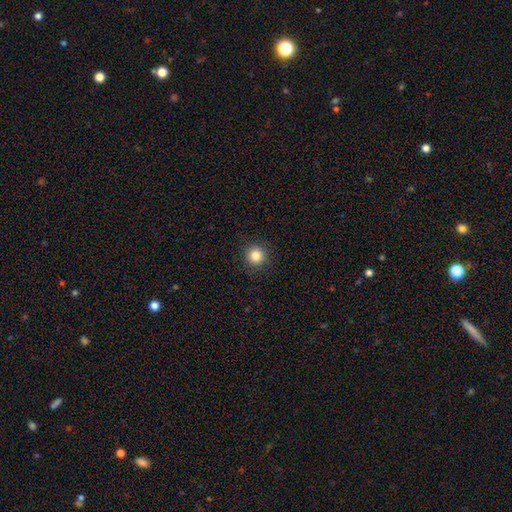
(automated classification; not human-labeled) Smooth or featured? smooth (85%)
How rounded? round (95%)
Merging? none (92%)